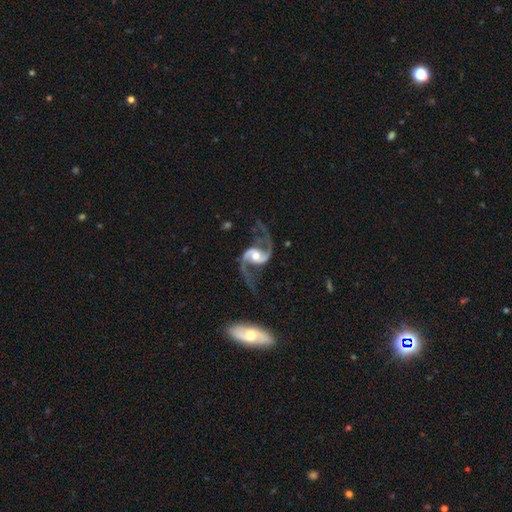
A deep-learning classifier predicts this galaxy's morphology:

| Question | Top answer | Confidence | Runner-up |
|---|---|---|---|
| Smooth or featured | featured or disk | 94% | star or artifact (4%) |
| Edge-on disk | no | 98% | yes (2%) |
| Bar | weak | 39% | no (38%) |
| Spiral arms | yes | 98% | no (2%) |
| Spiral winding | loose | 64% | medium (31%) |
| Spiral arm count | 2 | 94% | 1 (1%) |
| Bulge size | moderate | 66% | small (18%) |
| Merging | none | 69% | minor disturbance (14%) |